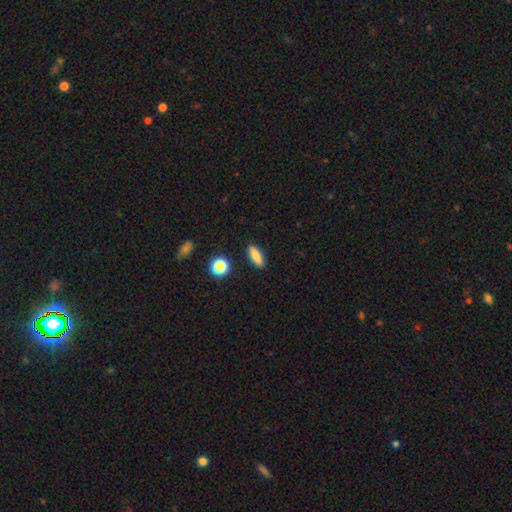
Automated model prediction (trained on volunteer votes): Smooth or featured? Predicted: smooth (p=0.83). How rounded? Predicted: in between (p=0.58). Merging? Predicted: none (p=0.89).